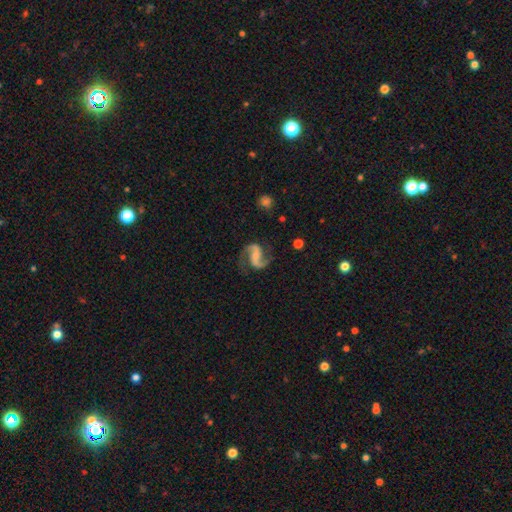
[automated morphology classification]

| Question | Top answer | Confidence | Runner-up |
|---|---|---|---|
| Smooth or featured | featured or disk | 91% | star or artifact (5%) |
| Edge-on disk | no | 98% | yes (2%) |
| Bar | weak | 39% | no (33%) |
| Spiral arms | yes | 98% | no (2%) |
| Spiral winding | medium | 47% | loose (44%) |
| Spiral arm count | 2 | 94% | 1 (2%) |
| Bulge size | small | 55% | moderate (27%) |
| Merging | none | 78% | minor disturbance (14%) |